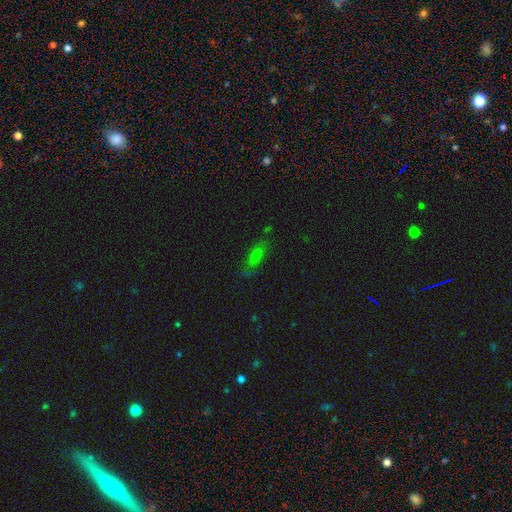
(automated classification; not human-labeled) smooth 57%, star or artifact 22%, featured or disk 21%. Down the decision tree: how rounded — in between (57%); merging — none (67%).